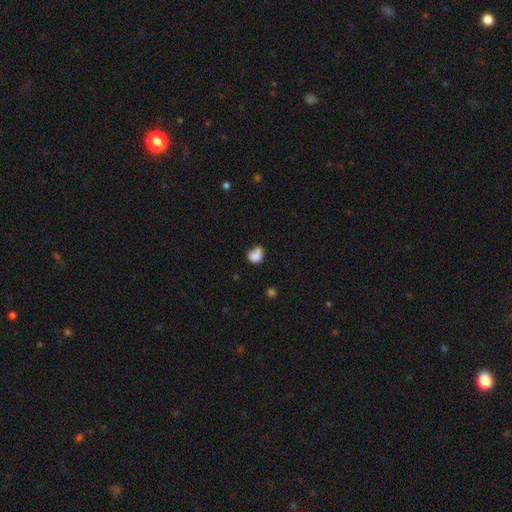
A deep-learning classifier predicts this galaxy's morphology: Smooth or featured? smooth (76%)
How rounded? round (56%)
Merging? merger (40%)